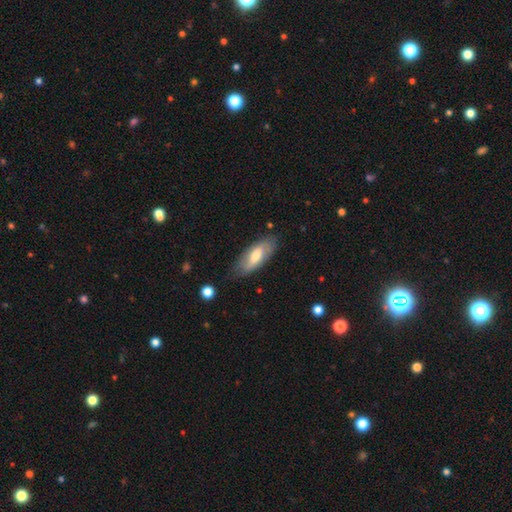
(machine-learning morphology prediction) type=smooth (56%); roundness=in between (76%); merging=none (78%).